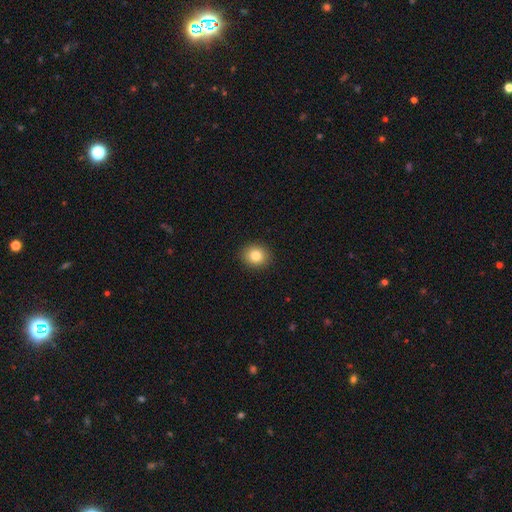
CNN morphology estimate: This appears to be a smooth galaxy with no disk features (82%) that is round (77%). Merging: none (92%).